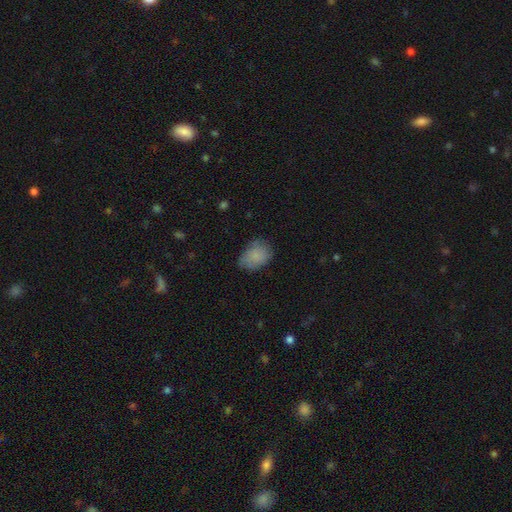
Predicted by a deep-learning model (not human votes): Q: Smooth or featured?
A: smooth (82%); runner-up: featured or disk (10%)
Q: How rounded?
A: in between (76%); runner-up: round (23%)
Q: Merging?
A: none (66%); runner-up: minor disturbance (26%)